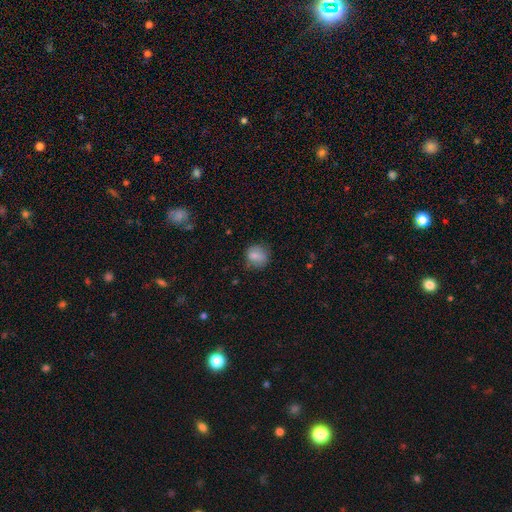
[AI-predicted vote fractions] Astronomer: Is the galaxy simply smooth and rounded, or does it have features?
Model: smooth — 78%.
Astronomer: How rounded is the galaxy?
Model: round — 74%.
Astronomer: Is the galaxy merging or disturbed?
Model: none — 73%.